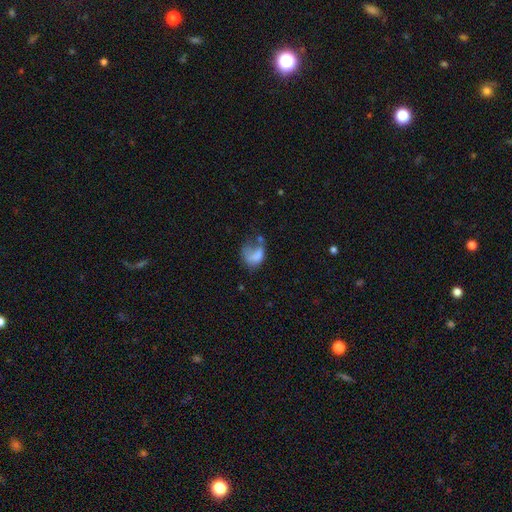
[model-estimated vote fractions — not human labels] Smooth or featured?
  - smooth: 61% *
  - featured or disk: 27%
  - star or artifact: 11%
How rounded?
  - in between: 75% *
  - round: 23%
  - cigar-shaped: 2%
Merging?
  - major disturbance: 49% *
  - minor disturbance: 19%
  - none: 18%
  - merger: 14%